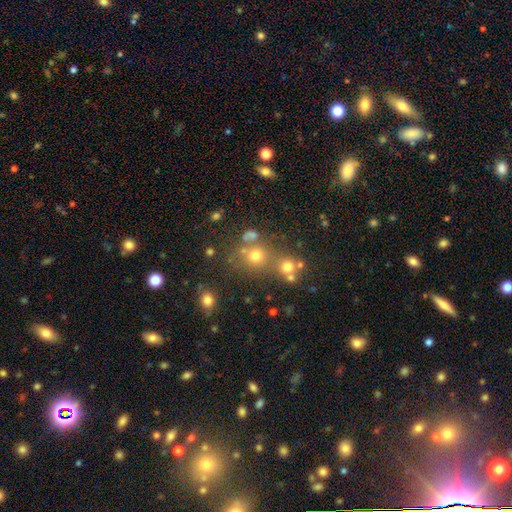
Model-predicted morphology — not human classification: A smooth galaxy with no disk features (61%) that is round (83%). Merging: none (59%).